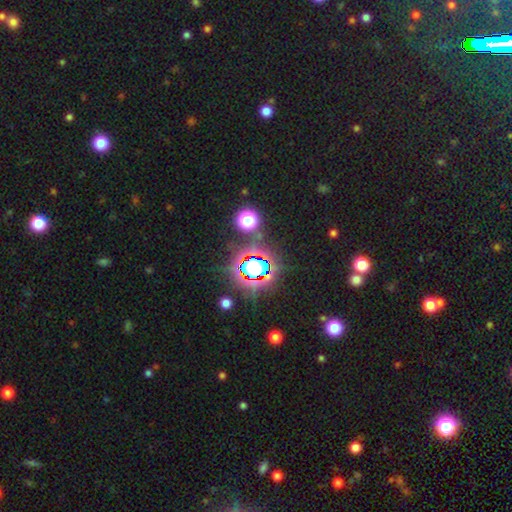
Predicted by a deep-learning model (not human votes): star or artifact 80%, smooth 13%, featured or disk 7%.